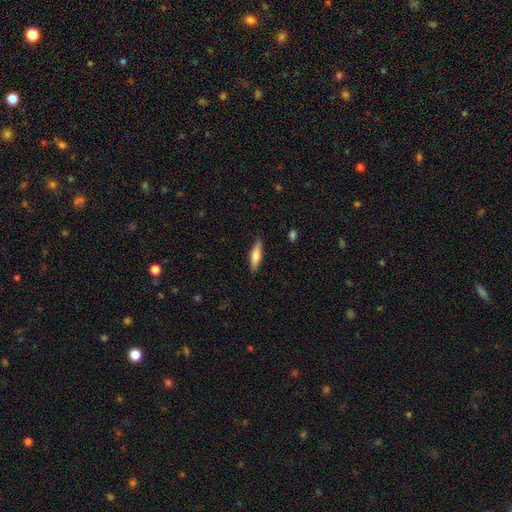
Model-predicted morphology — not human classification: This appears to be a smooth galaxy with no disk features (63%) that is cigar-shaped (62%). Merging: none (86%).